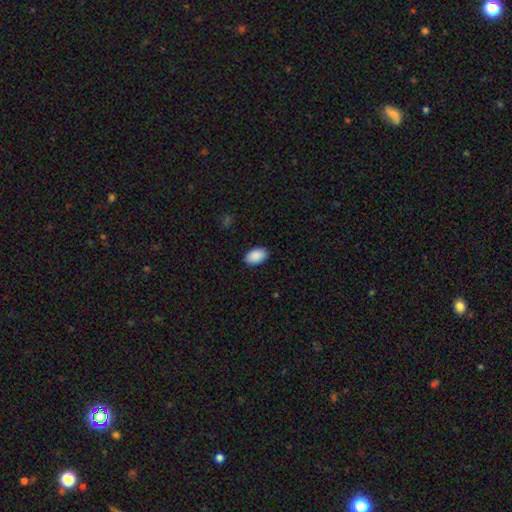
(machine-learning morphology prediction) This appears to be a smooth galaxy with no disk features (91%) that is in between round and cigar-shaped (94%). Merging: none (90%).